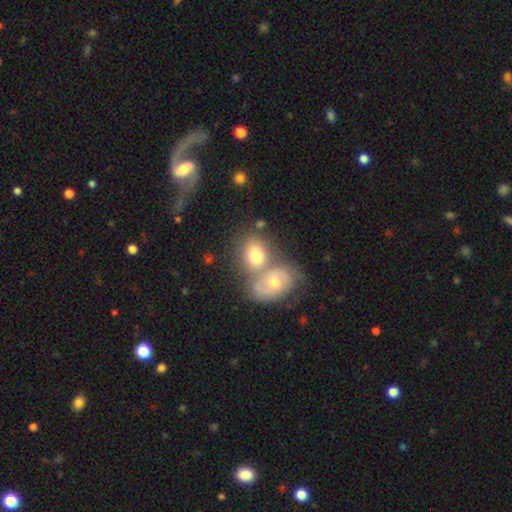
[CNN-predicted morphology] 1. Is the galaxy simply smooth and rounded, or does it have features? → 59% smooth, 33% featured or disk, 9% star or artifact.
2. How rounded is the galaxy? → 57% in between, 42% round, 1% cigar-shaped.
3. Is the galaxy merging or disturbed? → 48% merger, 37% none, 11% minor disturbance, 4% major disturbance.